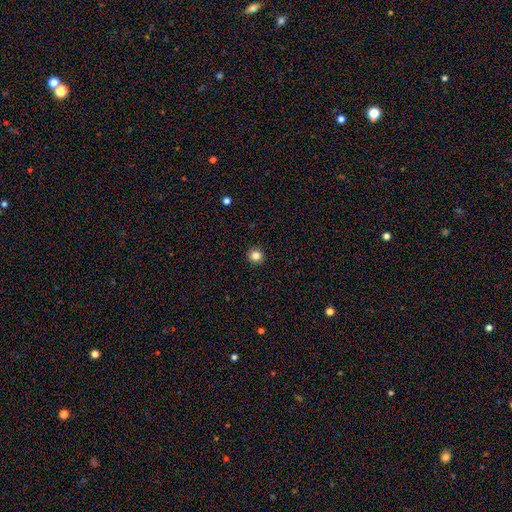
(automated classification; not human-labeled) A smooth galaxy with no disk features (84%) that is round (94%). Merging: none (93%).